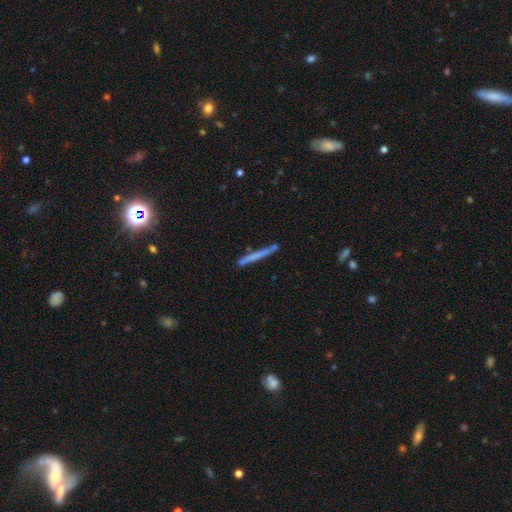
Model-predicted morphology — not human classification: Smooth or featured?
  - smooth: 55% *
  - featured or disk: 38%
  - star or artifact: 7%
How rounded?
  - cigar-shaped: 96% *
  - in between: 2%
  - round: 2%
Merging?
  - none: 82% *
  - minor disturbance: 12%
  - merger: 4%
  - major disturbance: 2%